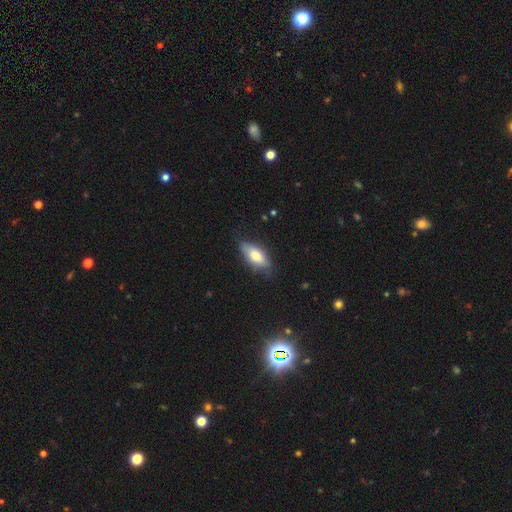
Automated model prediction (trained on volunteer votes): smooth 71%, featured or disk 22%, star or artifact 6%. Down the decision tree: how rounded — in between (82%); merging — none (72%).